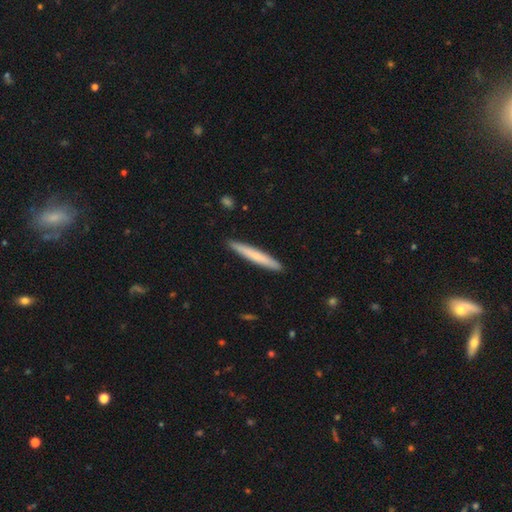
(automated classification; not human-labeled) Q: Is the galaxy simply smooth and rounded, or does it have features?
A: smooth — 65%.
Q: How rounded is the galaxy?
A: cigar-shaped — 96%.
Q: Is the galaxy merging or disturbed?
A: none — 92%.